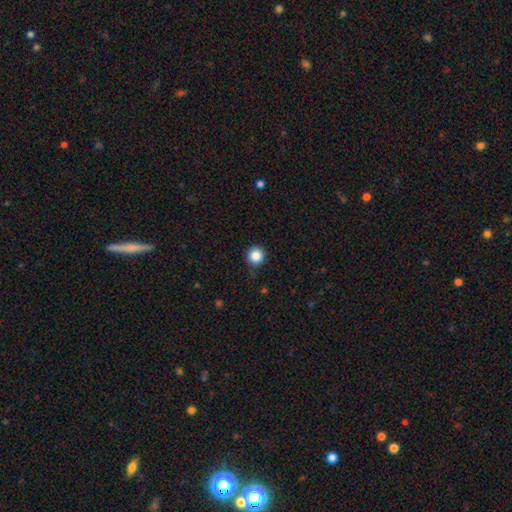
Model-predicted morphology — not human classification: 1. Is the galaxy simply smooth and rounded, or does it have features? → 86% smooth, 10% star or artifact, 4% featured or disk.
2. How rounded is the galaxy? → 95% round, 4% in between, 1% cigar-shaped.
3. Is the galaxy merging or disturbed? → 89% none, 8% minor disturbance, 2% major disturbance, 1% merger.